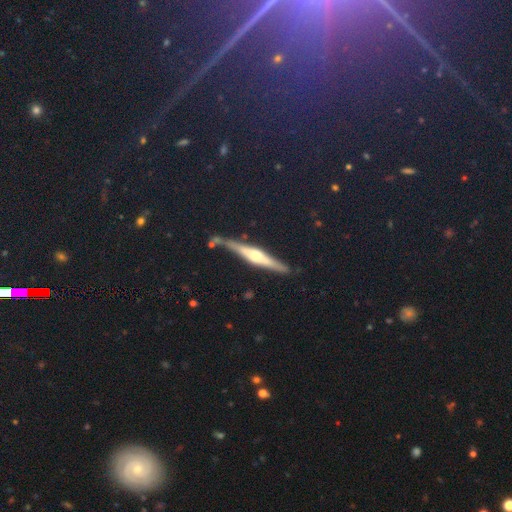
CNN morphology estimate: Smooth or featured? featured or disk (67%)
Edge-on disk? yes (94%)
Edge-on bulge? rounded (77%)
Merging? none (79%)